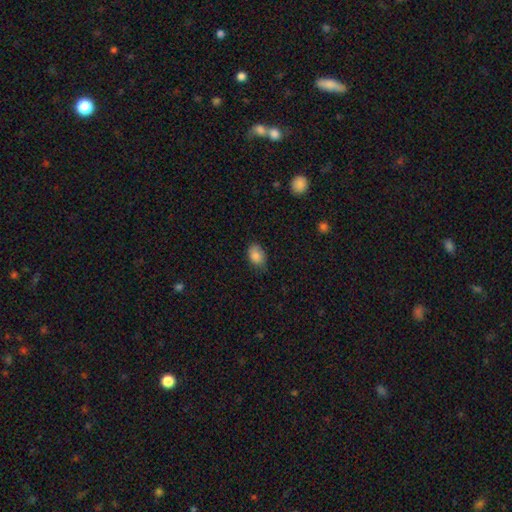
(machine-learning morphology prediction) smooth_or_featured: smooth (p=0.85) [alt: star or artifact p=0.08]
how_rounded: in between (p=0.81) [alt: round p=0.18]
merging: none (p=0.71) [alt: minor disturbance p=0.24]